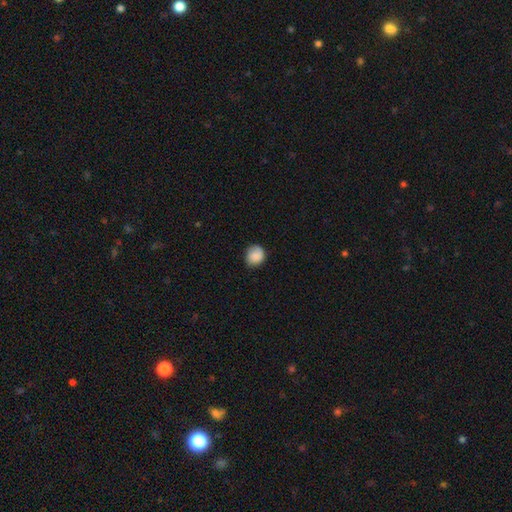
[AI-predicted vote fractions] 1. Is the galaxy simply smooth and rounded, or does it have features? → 86% smooth, 8% star or artifact, 7% featured or disk.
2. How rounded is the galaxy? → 79% round, 21% in between, 1% cigar-shaped.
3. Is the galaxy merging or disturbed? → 76% none, 19% minor disturbance, 4% major disturbance, 1% merger.